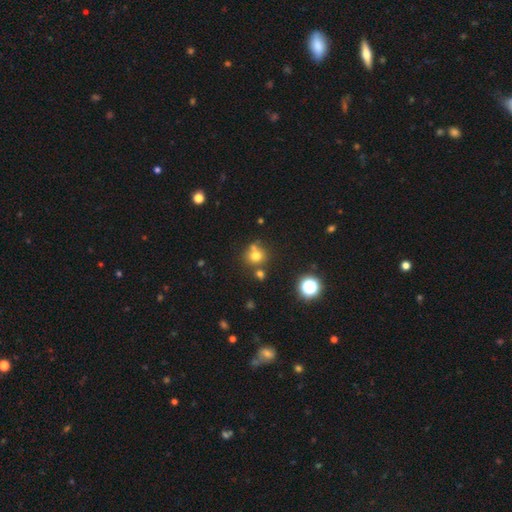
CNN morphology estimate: Q: Smooth or featured?
A: smooth (72%); runner-up: star or artifact (18%)
Q: How rounded?
A: round (87%); runner-up: in between (12%)
Q: Merging?
A: none (61%); runner-up: merger (22%)